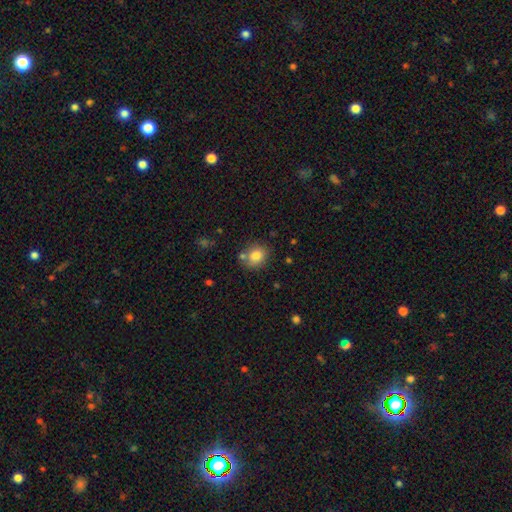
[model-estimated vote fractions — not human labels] Smooth or featured? Predicted: smooth (p=0.82). How rounded? Predicted: round (p=0.63). Merging? Predicted: none (p=0.68).